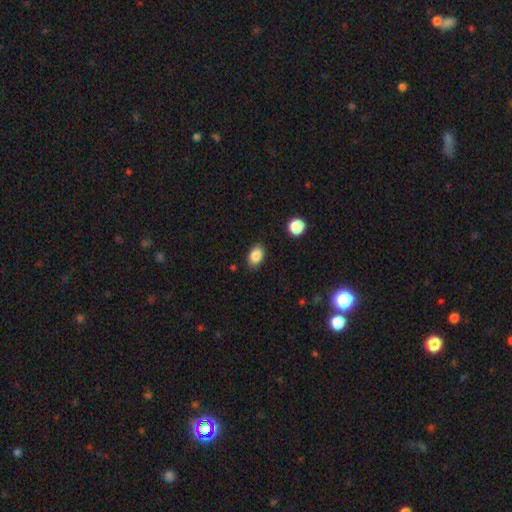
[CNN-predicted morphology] smooth-or-featured: smooth: 87% | star or artifact: 9% | featured or disk: 4%
  how-rounded: in between: 80% | round: 19% | cigar-shaped: 1%
  merging: none: 85% | minor disturbance: 11% | major disturbance: 3% | merger: 2%